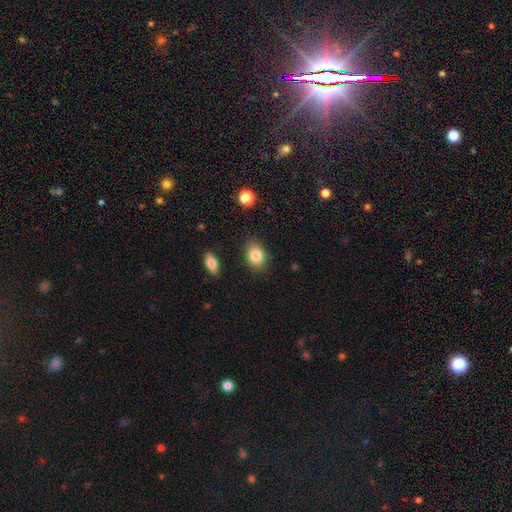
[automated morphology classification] A smooth galaxy with no disk features (84%) that is in between round and cigar-shaped (77%).

Vote fractions:
- Smooth or featured? smooth: 84% / star or artifact: 8% / featured or disk: 8%
- How rounded? in between: 77% / round: 22% / cigar-shaped: 1%
- Merging? none: 85% / minor disturbance: 11% / major disturbance: 3% / merger: 2%